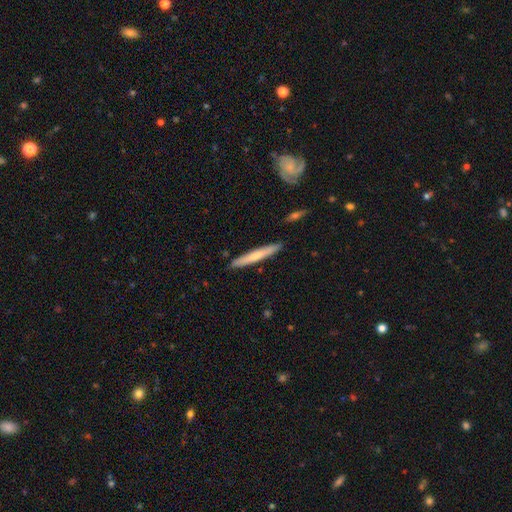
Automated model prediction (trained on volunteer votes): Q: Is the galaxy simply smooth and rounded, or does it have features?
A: smooth — 61%.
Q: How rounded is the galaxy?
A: cigar-shaped — 95%.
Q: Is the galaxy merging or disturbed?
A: none — 89%.